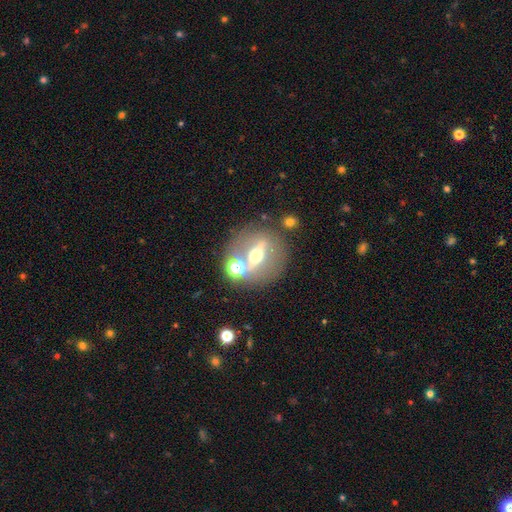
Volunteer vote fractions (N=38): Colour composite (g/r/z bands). It shows a featured or disk galaxy (79%) viewed edge-on (63%) with a rounded central bulge (95%). Merging: none (68%).